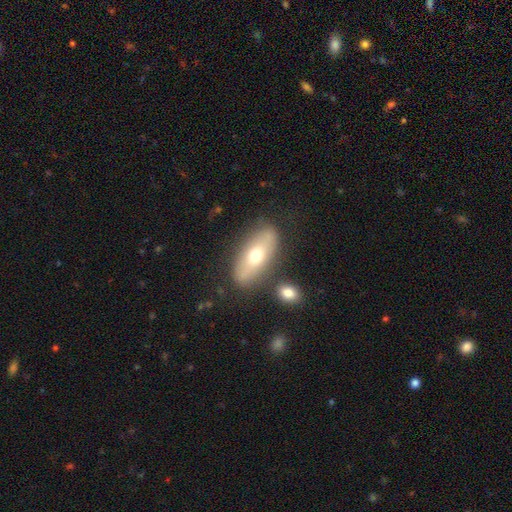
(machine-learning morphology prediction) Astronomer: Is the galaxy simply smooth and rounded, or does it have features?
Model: smooth — 56% (runner-up: featured or disk, 37%).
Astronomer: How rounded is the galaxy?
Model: in between — 80%.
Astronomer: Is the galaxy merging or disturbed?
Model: none — 77%.